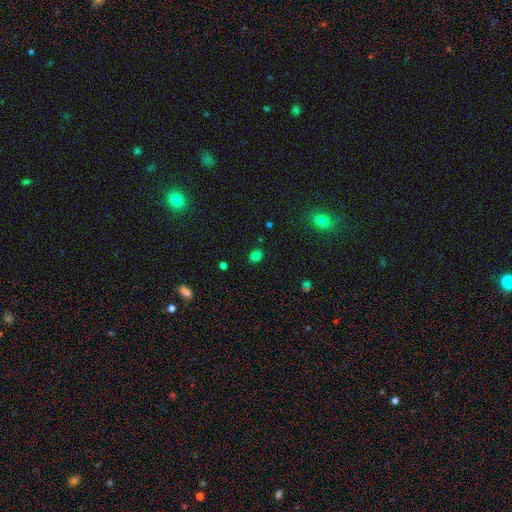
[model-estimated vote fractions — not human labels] The model was most divided on "how rounded": round: 64%, in between: 35%, cigar-shaped: 1%. More confident: merging — none (87%); smooth or featured — smooth (79%).